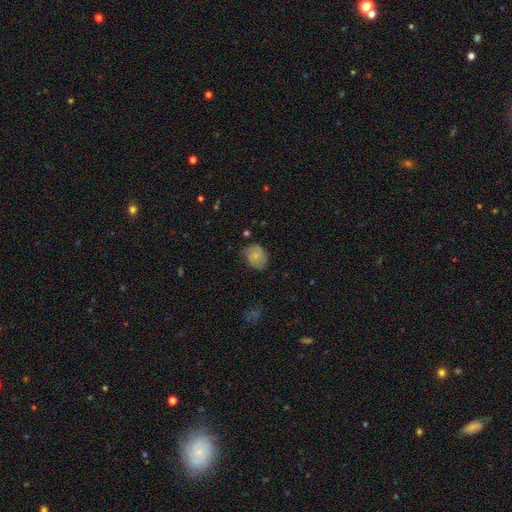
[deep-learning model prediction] A smooth galaxy with no disk features (59%) that is round (59%).

Vote fractions:
- Smooth or featured? smooth: 59% / featured or disk: 33% / star or artifact: 8%
- How rounded? round: 59% / in between: 40% / cigar-shaped: 1%
- Merging? none: 67% / minor disturbance: 25% / major disturbance: 7% / merger: 1%